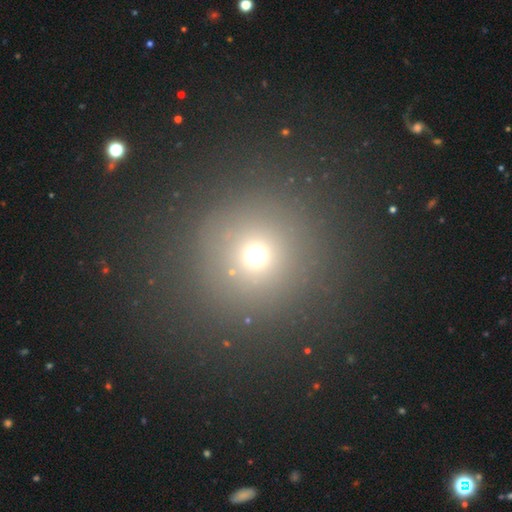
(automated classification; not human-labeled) Smooth or featured? Predicted: smooth (p=0.66). How rounded? Predicted: round (p=0.94). Merging? Predicted: none (p=0.82).